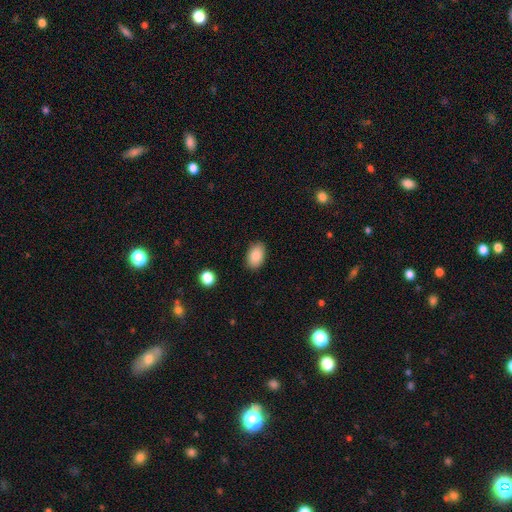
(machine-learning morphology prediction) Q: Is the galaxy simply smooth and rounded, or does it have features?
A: smooth — 88%.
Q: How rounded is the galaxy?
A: in between — 90%.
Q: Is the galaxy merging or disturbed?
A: none — 87%.